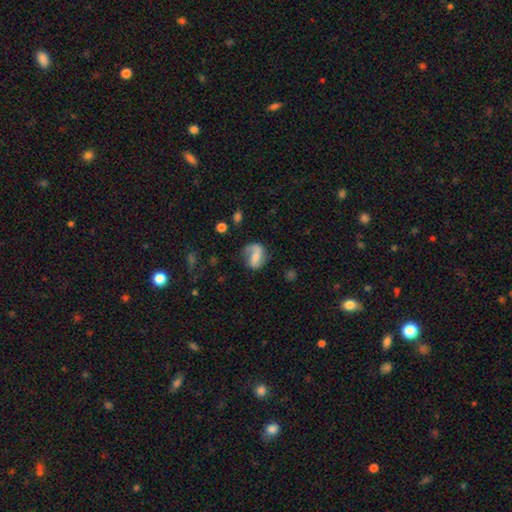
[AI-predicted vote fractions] Smooth or featured? featured or disk (58%)
Edge-on disk? no (97%)
Bar? weak (38%)
Spiral arms? yes (86%)
Bulge size? none (36%)
Merging? none (59%)